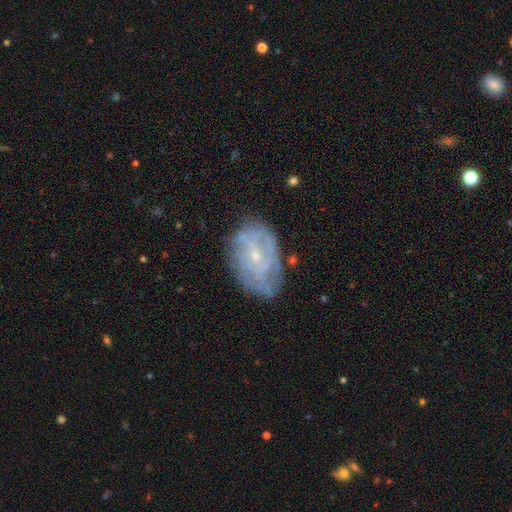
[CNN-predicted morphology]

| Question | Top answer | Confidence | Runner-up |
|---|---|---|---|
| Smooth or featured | featured or disk | 71% | smooth (20%) |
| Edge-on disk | no | 96% | yes (4%) |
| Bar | no | 57% | weak (36%) |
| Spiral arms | yes | 72% | no (28%) |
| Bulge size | small | 78% | moderate (17%) |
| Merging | none | 64% | minor disturbance (24%) |